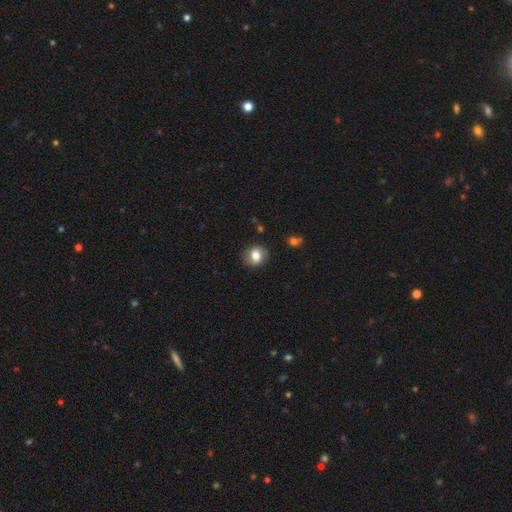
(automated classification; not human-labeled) smooth 74%, featured or disk 17%, star or artifact 9%. Down the decision tree: how rounded — round (69%); merging — none (85%).